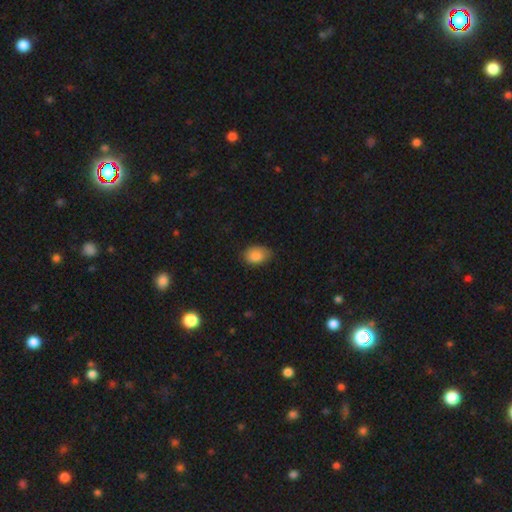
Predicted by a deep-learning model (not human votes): Q: Smooth or featured?
A: smooth (86%); runner-up: star or artifact (8%)
Q: How rounded?
A: in between (80%); runner-up: round (19%)
Q: Merging?
A: none (69%); runner-up: minor disturbance (26%)